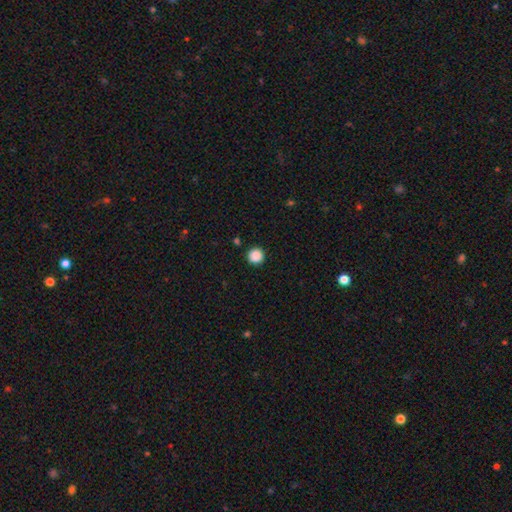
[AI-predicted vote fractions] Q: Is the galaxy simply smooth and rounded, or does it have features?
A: smooth — 88%.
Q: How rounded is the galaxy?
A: round — 96%.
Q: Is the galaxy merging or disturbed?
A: none — 92%.